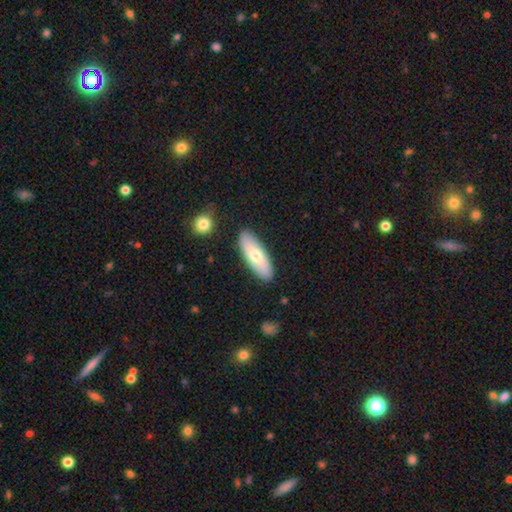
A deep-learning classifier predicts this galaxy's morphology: This appears to be a smooth galaxy with no disk features (66%) that is in between round and cigar-shaped (66%). Merging: none (88%).